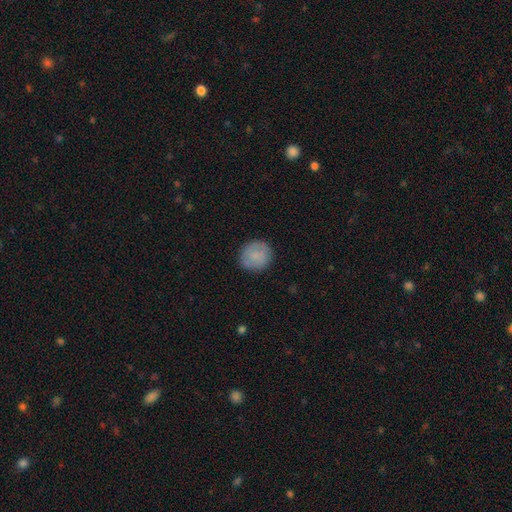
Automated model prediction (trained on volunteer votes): smooth 82%, featured or disk 11%, star or artifact 7%. Down the decision tree: how rounded — round (91%); merging — none (87%).